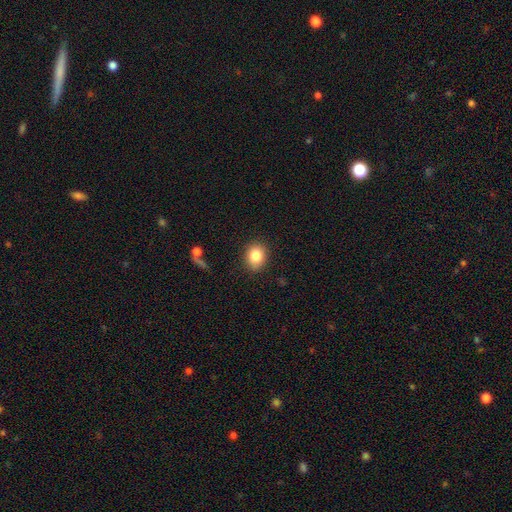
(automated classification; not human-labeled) Smooth or featured?
  - smooth: 82% *
  - star or artifact: 10%
  - featured or disk: 8%
How rounded?
  - round: 55% *
  - in between: 44%
  - cigar-shaped: 1%
Merging?
  - none: 87% *
  - minor disturbance: 9%
  - major disturbance: 2%
  - merger: 1%